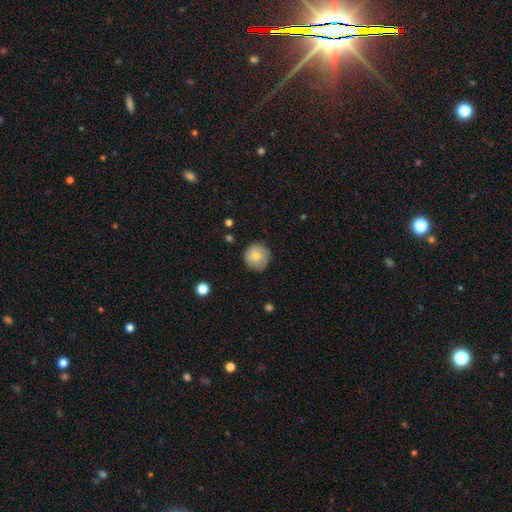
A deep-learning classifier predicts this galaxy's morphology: This appears to be a smooth galaxy with no disk features (76%) that is round (95%). Merging: none (84%).